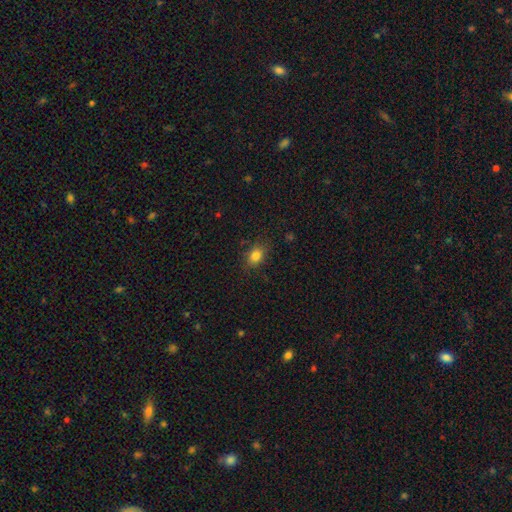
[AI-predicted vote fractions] Overall: smooth (82%). How rounded: in between (67%; round 31%). Merging: none (82%).